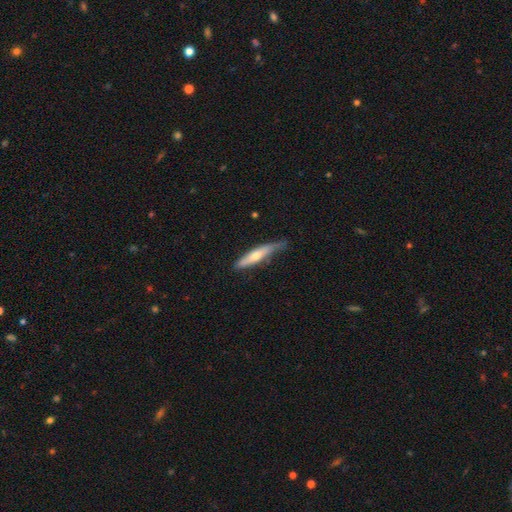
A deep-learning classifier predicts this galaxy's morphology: This appears to be a smooth galaxy with no disk features (49%). Merging: none (64%).